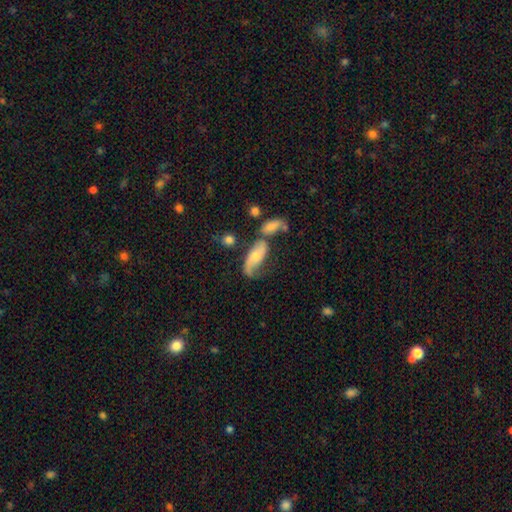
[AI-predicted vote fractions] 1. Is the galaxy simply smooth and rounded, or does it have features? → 56% featured or disk, 36% smooth, 8% star or artifact.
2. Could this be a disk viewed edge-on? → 89% no, 11% yes.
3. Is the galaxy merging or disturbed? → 37% none, 24% merger, 21% minor disturbance, 18% major disturbance.